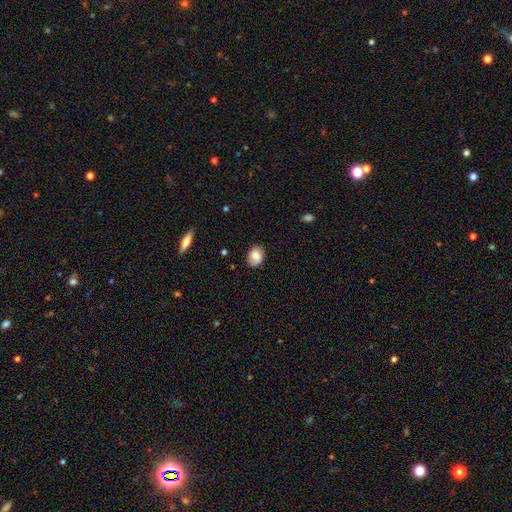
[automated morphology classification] smooth 74%, featured or disk 18%, star or artifact 8%. Down the decision tree: how rounded — in between (58%); merging — none (78%).